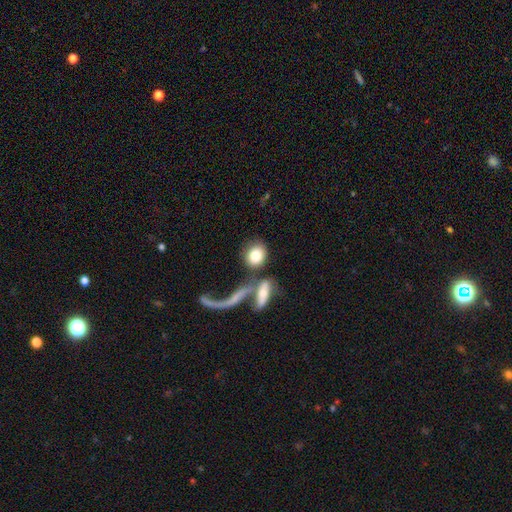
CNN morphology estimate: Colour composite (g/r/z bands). It shows a smooth galaxy with no disk features (77%) that is round (58%). Merging: none (51%).